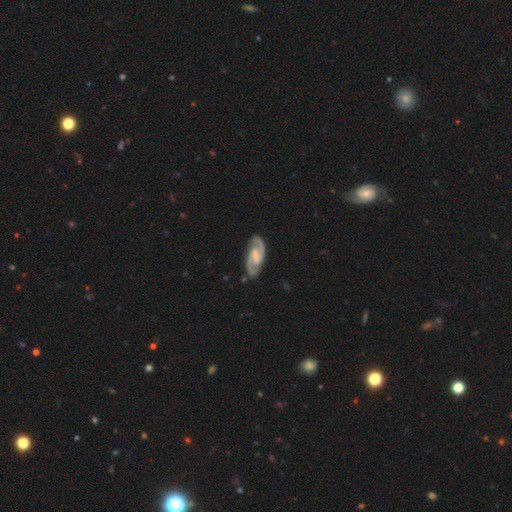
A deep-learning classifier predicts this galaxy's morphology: Smooth or featured: featured or disk — 89% (smooth — 7%)
Edge-on disk: no — 97% (yes — 3%)
Bar: weak — 49% (strong — 28%)
Spiral arms: yes — 98% (no — 2%)
Spiral winding: medium — 55% (tight — 32%)
Spiral arm count: 2 — 93% (can't tell — 3%)
Bulge size: none — 39% (small — 33%)
Merging: none — 84% (minor disturbance — 12%)